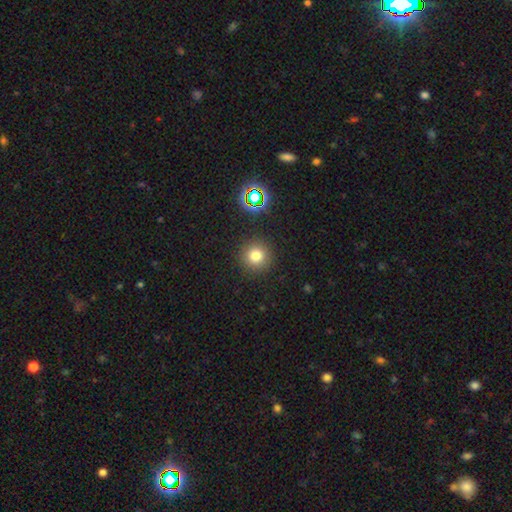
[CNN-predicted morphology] A smooth galaxy with no disk features (76%) that is round (95%).

Vote fractions:
- Smooth or featured? smooth: 76% / star or artifact: 17% / featured or disk: 7%
- How rounded? round: 95% / in between: 4% / cigar-shaped: 1%
- Merging? none: 90% / minor disturbance: 6% / major disturbance: 2% / merger: 2%